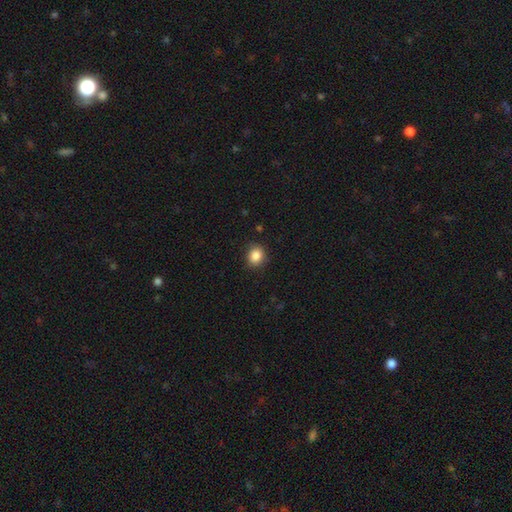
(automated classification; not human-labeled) Smooth or featured? smooth (86%)
How rounded? round (72%)
Merging? none (87%)